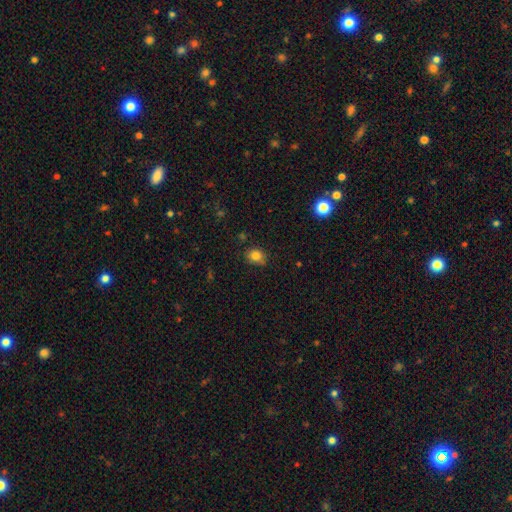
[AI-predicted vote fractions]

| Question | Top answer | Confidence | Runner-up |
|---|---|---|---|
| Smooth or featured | smooth | 82% | star or artifact (12%) |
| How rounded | round | 55% | in between (44%) |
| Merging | none | 74% | minor disturbance (20%) |